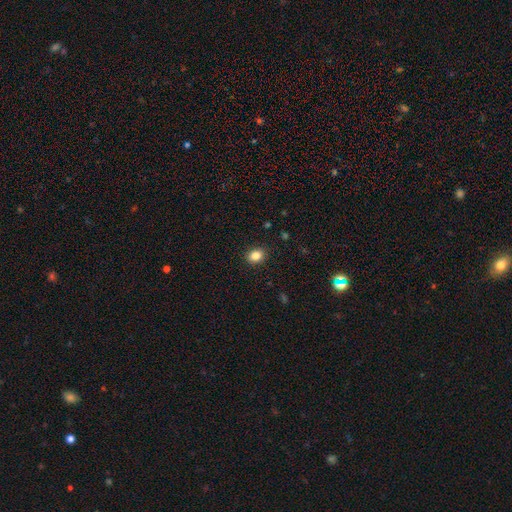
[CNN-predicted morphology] Smooth or featured? smooth (84%)
How rounded? round (55%)
Merging? none (90%)